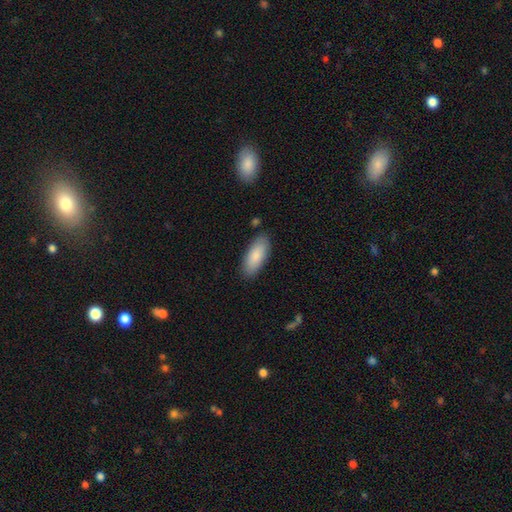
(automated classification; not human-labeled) smooth_or_featured: smooth (p=0.85) [alt: featured or disk p=0.09]
how_rounded: in between (p=0.84) [alt: cigar-shaped p=0.14]
merging: none (p=0.84) [alt: minor disturbance p=0.11]